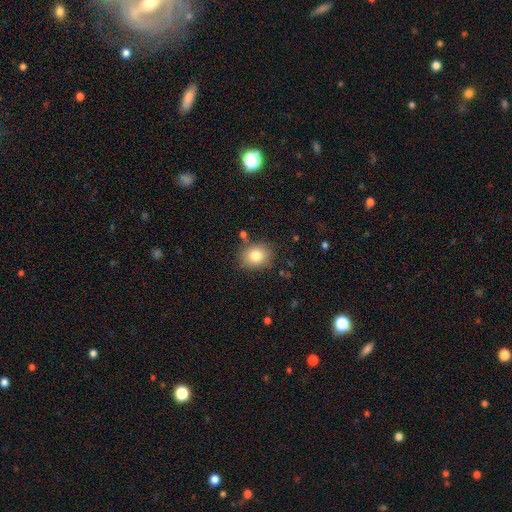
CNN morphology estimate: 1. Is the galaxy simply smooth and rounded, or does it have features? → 80% smooth, 10% star or artifact, 9% featured or disk.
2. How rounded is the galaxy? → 57% round, 42% in between, 1% cigar-shaped.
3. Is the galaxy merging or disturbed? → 82% none, 11% minor disturbance, 4% merger, 3% major disturbance.